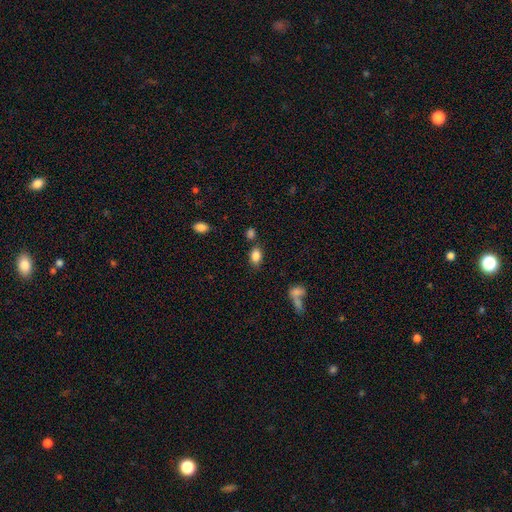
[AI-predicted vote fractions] Smooth or featured: smooth — 85% (star or artifact — 9%)
How rounded: in between — 81% (round — 17%)
Merging: none — 73% (minor disturbance — 14%)